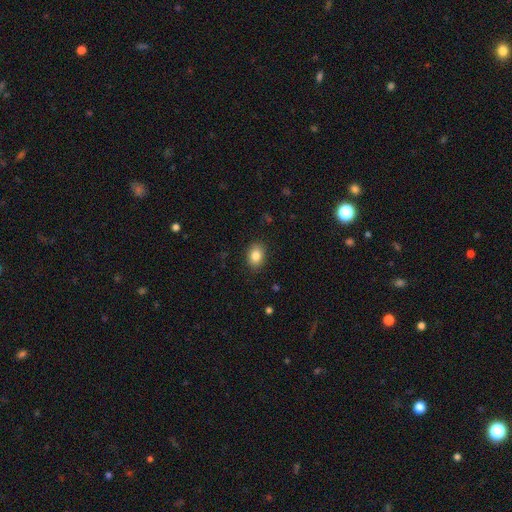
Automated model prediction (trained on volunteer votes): This is clearly a smooth galaxy (85%). How rounded: likely in between (75%). Merging: clearly none (89%).